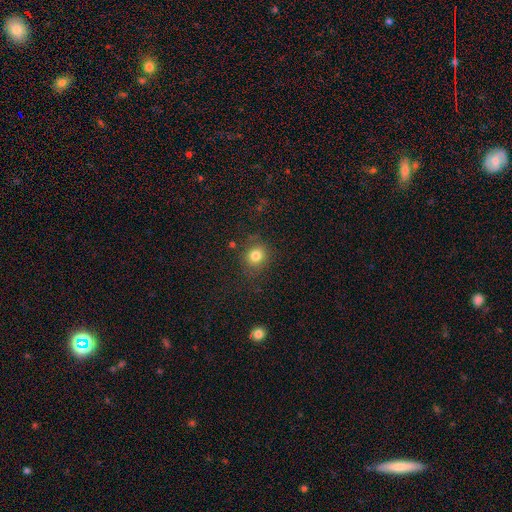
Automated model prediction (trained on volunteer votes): This appears to be a smooth galaxy with no disk features (81%) that is round (81%). Merging: none (81%).